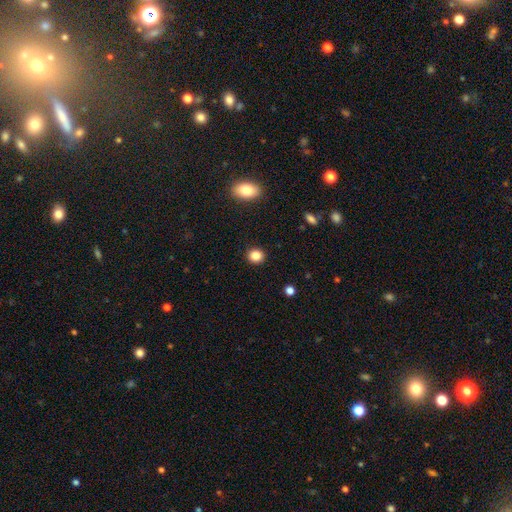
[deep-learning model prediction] smooth-or-featured: smooth: 86% | star or artifact: 10% | featured or disk: 4%
  how-rounded: round: 86% | in between: 13% | cigar-shaped: 1%
  merging: none: 92% | minor disturbance: 5% | major disturbance: 2% | merger: 1%